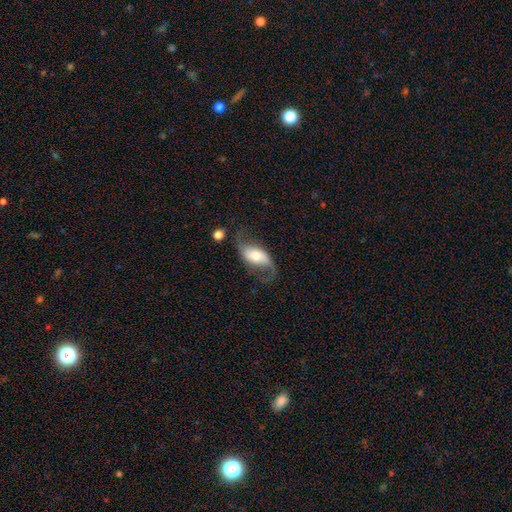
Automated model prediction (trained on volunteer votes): This is likely a featured or disk galaxy (69%). It is clearly not viewed edge-on (93%). Bar: possibly no (52%). Spiral arm pattern: clearly yes (88%). Spiral arm count: clearly 2 (88%). Spiral winding: likely loose (78%). Central bulge: possibly moderate (55%). Merging: possibly none (56%).